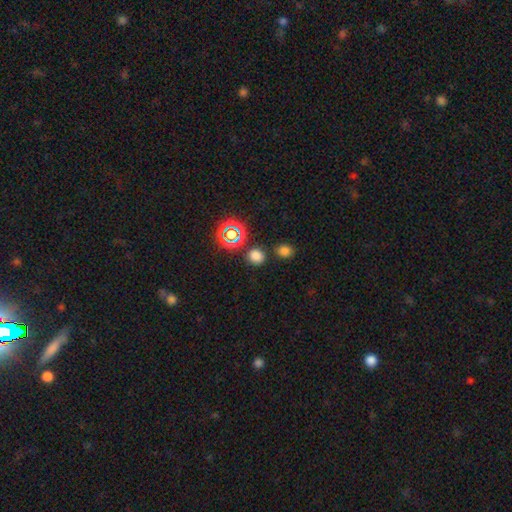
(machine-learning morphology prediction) Smooth or featured? smooth (71%)
How rounded? round (79%)
Merging? none (81%)